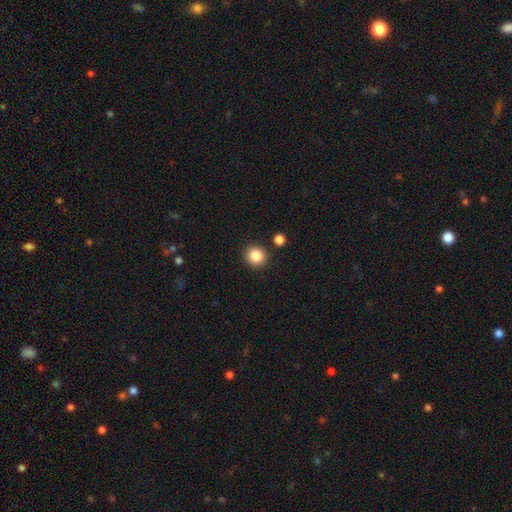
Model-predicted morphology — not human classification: A smooth galaxy with no disk features (86%) that is round (87%).

Vote fractions:
- Smooth or featured? smooth: 86% / star or artifact: 10% / featured or disk: 4%
- How rounded? round: 87% / in between: 12% / cigar-shaped: 1%
- Merging? none: 88% / minor disturbance: 6% / merger: 3% / major disturbance: 2%